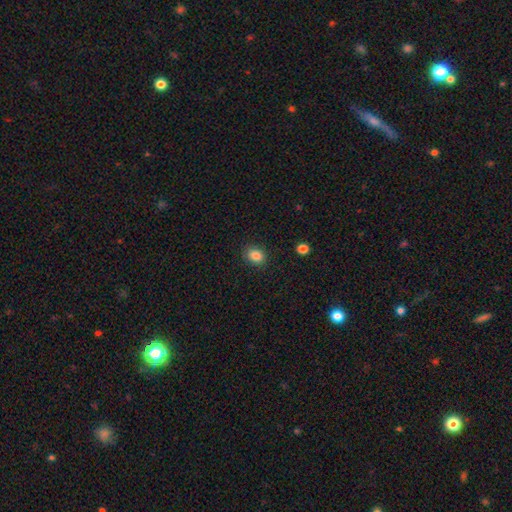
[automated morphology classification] Smooth or featured: smooth — 85% (star or artifact — 10%)
How rounded: in between — 54% (round — 45%)
Merging: none — 87% (minor disturbance — 9%)